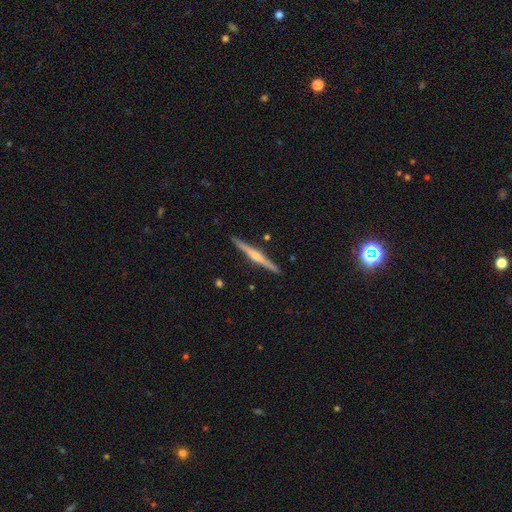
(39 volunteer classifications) Morphology: type=featured or disk (85%); edge-on=yes (100%); edge-on bulge=rounded (82%); merging=none (89%).